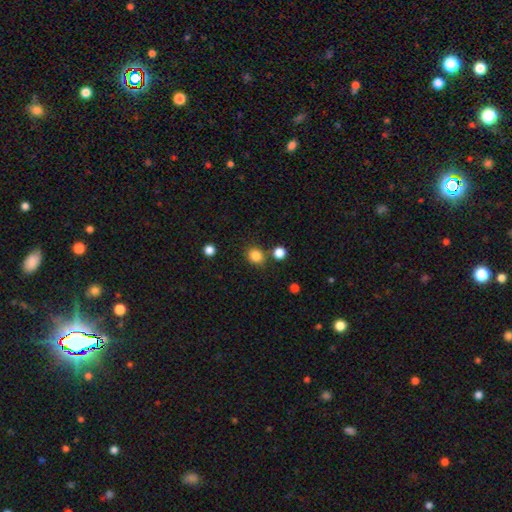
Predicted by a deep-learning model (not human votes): Smooth or featured? smooth (84%)
How rounded? round (77%)
Merging? none (79%)